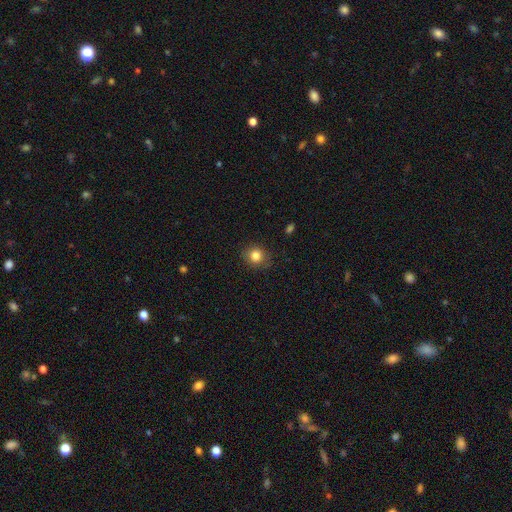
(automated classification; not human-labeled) Smooth or featured?
  - smooth: 83% *
  - star or artifact: 10%
  - featured or disk: 7%
How rounded?
  - round: 80% *
  - in between: 19%
  - cigar-shaped: 1%
Merging?
  - none: 83% *
  - minor disturbance: 13%
  - major disturbance: 3%
  - merger: 1%